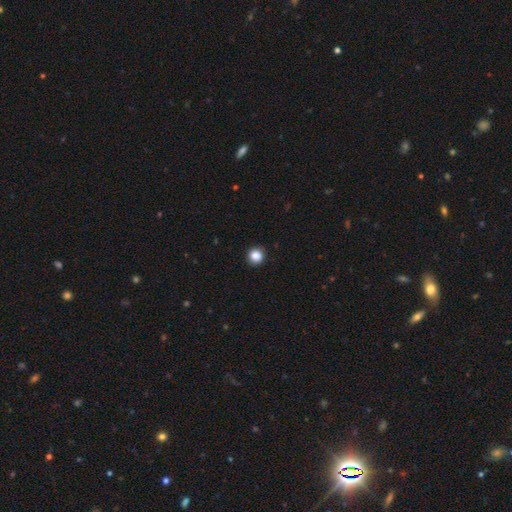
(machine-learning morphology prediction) Smooth or featured? smooth (86%)
How rounded? round (92%)
Merging? none (90%)